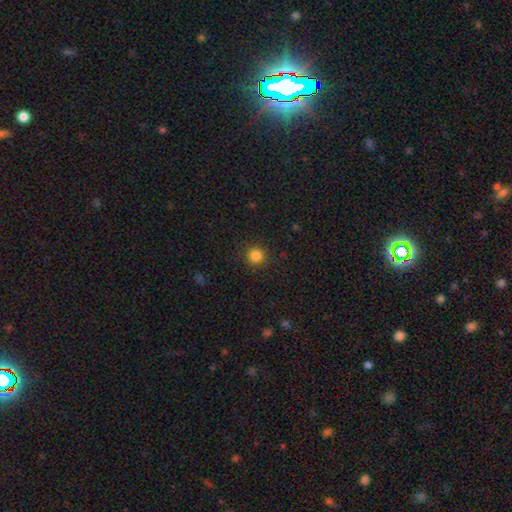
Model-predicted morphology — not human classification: This is clearly a smooth galaxy (84%). How rounded: clearly round (93%). Merging: clearly none (91%).